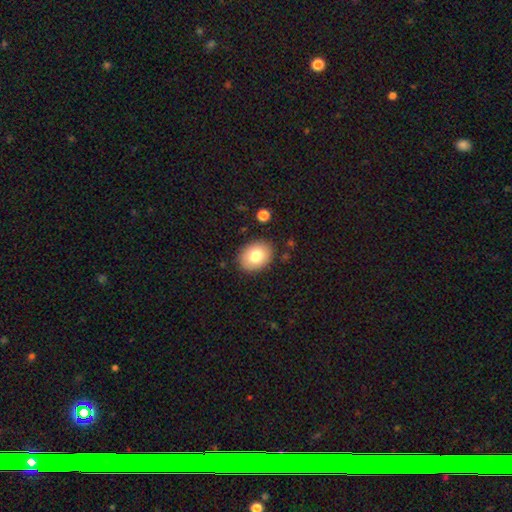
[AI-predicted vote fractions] Smooth or featured? Predicted: smooth (p=0.78). How rounded? Predicted: in between (p=0.61). Merging? Predicted: none (p=0.88).